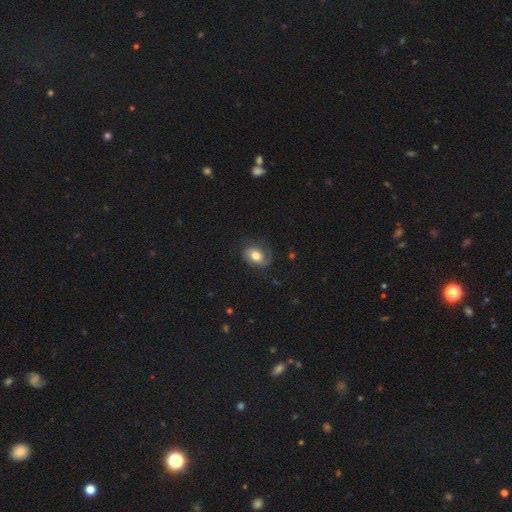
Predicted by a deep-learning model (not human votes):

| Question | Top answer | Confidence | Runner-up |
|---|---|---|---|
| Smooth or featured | featured or disk | 49% | smooth (43%) |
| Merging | none | 64% | minor disturbance (22%) |